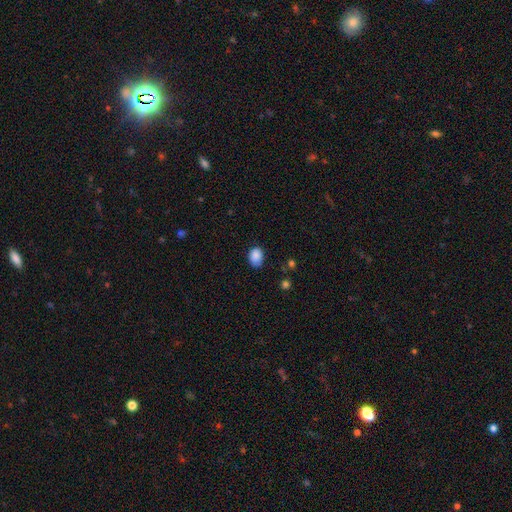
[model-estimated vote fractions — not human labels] Overall: smooth (88%). How rounded: in between (65%; round 35%). Merging: none (72%).